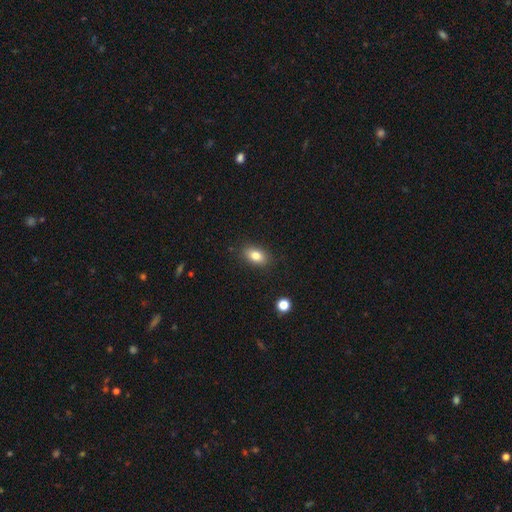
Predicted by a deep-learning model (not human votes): This appears to be a smooth galaxy with no disk features (82%) that is in between round and cigar-shaped (86%). Merging: none (86%).